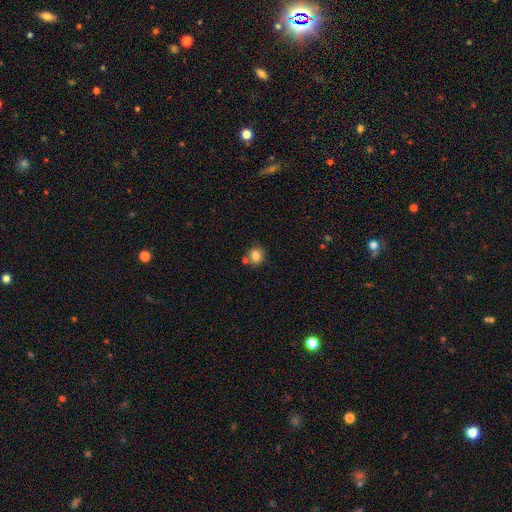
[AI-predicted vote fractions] Smooth or featured?
  - smooth: 82% *
  - star or artifact: 10%
  - featured or disk: 8%
How rounded?
  - round: 74% *
  - in between: 25%
  - cigar-shaped: 1%
Merging?
  - none: 67% *
  - merger: 17%
  - minor disturbance: 13%
  - major disturbance: 3%